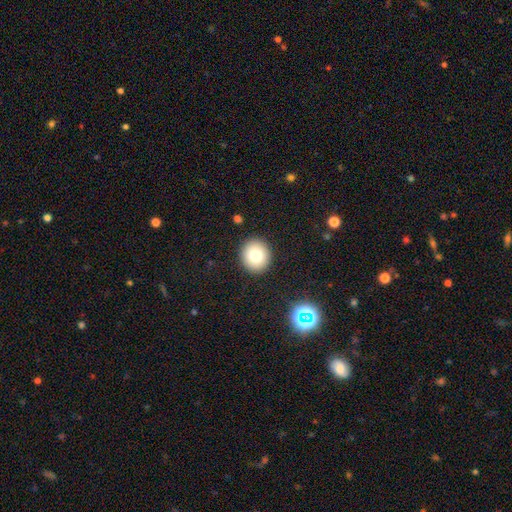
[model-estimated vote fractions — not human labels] Overall: smooth (76%). How rounded: round (84%). Merging: none (91%).